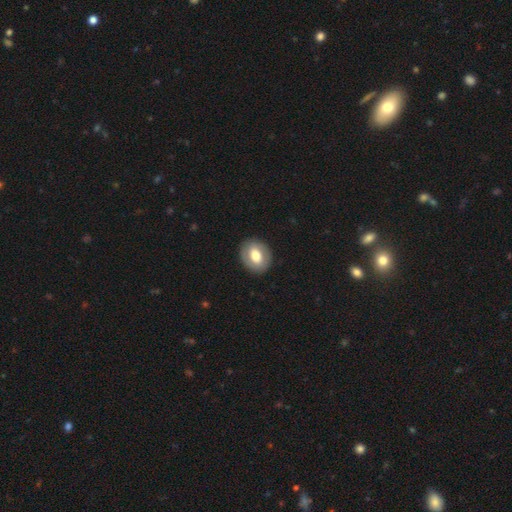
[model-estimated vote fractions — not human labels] This appears to be a smooth galaxy with no disk features (61%) that is in between round and cigar-shaped (51%). Merging: none (87%).